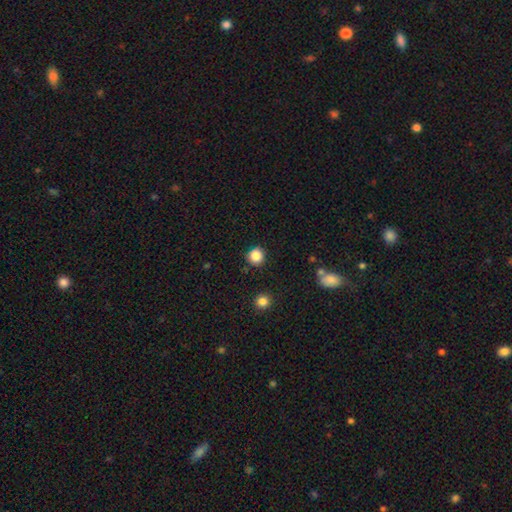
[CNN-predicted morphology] Smooth or featured?
  - smooth: 85% *
  - star or artifact: 11%
  - featured or disk: 4%
How rounded?
  - round: 93% *
  - in between: 6%
  - cigar-shaped: 1%
Merging?
  - none: 89% *
  - minor disturbance: 7%
  - major disturbance: 2%
  - merger: 2%